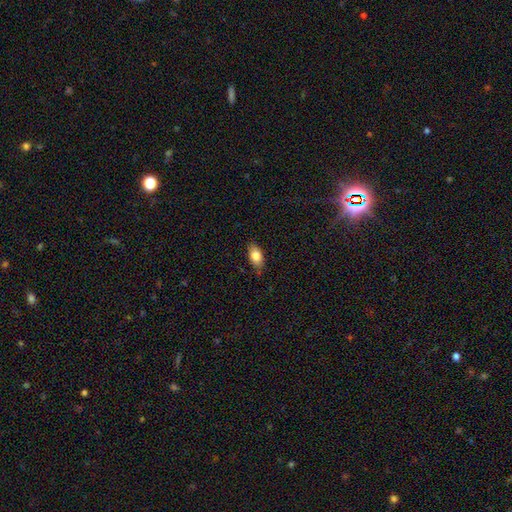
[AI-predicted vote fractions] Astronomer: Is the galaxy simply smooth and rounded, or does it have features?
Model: smooth — 82%.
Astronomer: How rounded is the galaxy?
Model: in between — 90%.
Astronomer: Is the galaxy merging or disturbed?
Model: none — 82%.